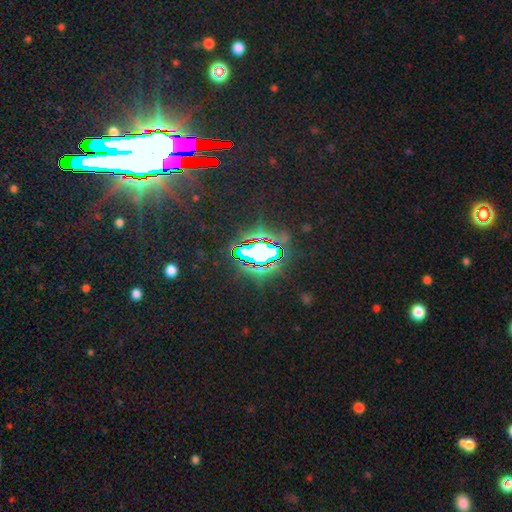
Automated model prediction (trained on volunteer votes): Q: Smooth or featured?
A: star or artifact (71%); runner-up: smooth (18%)